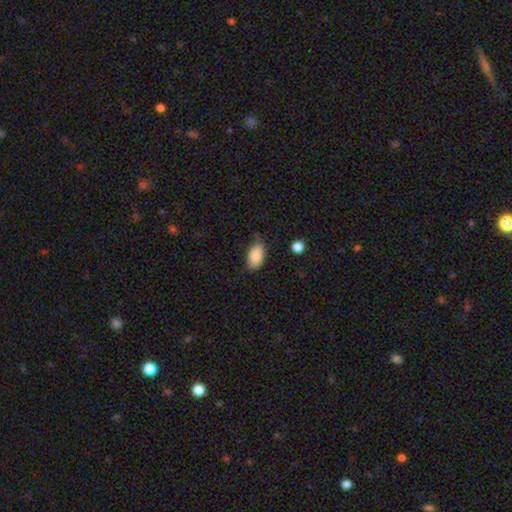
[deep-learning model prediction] A smooth galaxy with no disk features (86%) that is in between round and cigar-shaped (92%). Merging: none (65%).